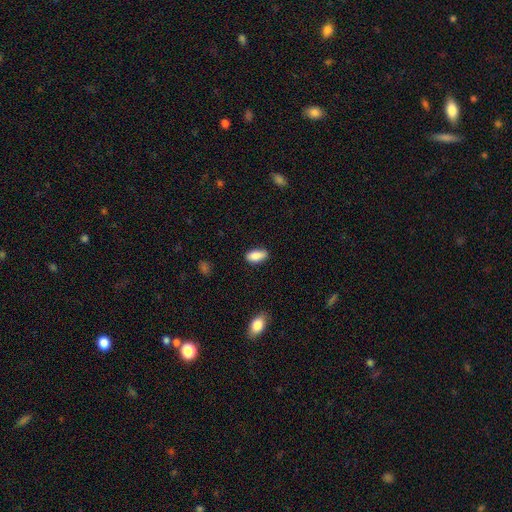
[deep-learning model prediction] Smooth or featured? Predicted: smooth (p=0.88). How rounded? Predicted: in between (p=0.91). Merging? Predicted: none (p=0.82).